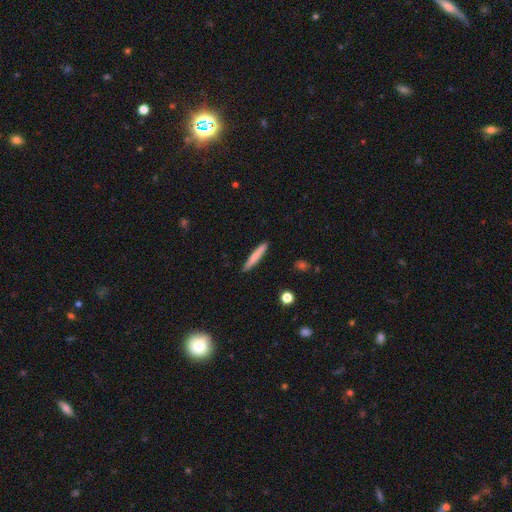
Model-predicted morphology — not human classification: smooth 74%, featured or disk 20%, star or artifact 6%. Down the decision tree: how rounded — cigar-shaped (95%); merging — none (90%).